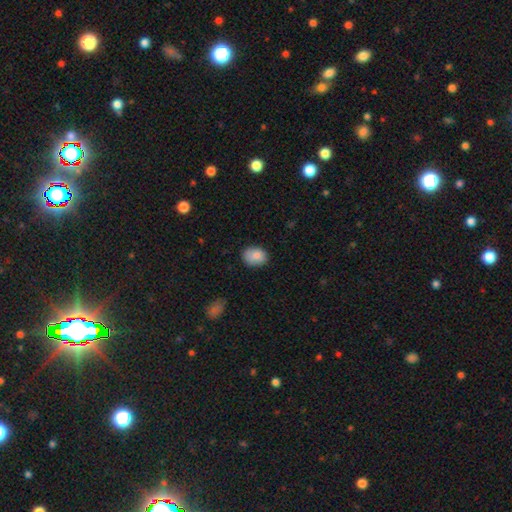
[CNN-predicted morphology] type=smooth (84%); roundness=in between (58%); merging=none (81%).